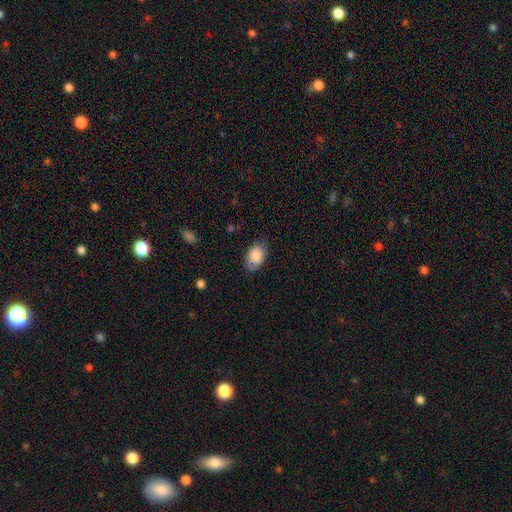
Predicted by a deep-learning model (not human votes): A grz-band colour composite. It shows a smooth galaxy with no disk features (84%) that is in between round and cigar-shaped (89%). Merging: none (73%).